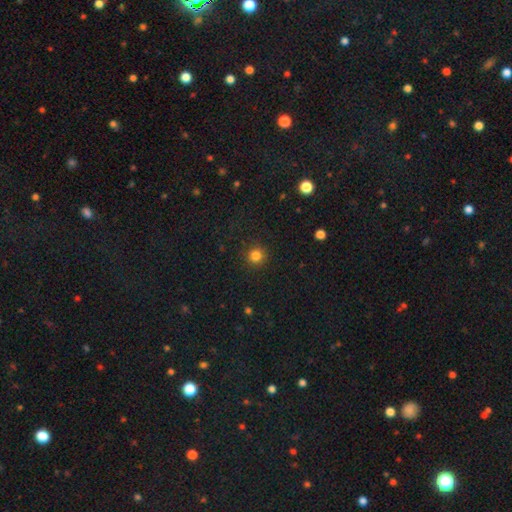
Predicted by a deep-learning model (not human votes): Morphology: type=smooth (82%); roundness=round (94%); merging=none (91%).